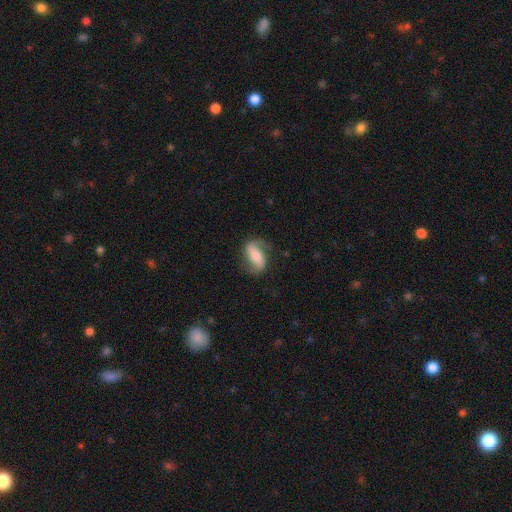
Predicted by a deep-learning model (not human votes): This is likely a featured or disk galaxy (60%). It is clearly not viewed edge-on (91%). Bar: marginally strong (42%). Spiral arm pattern: clearly yes (88%). Central bulge: marginally moderate (40%). Merging: likely none (70%).